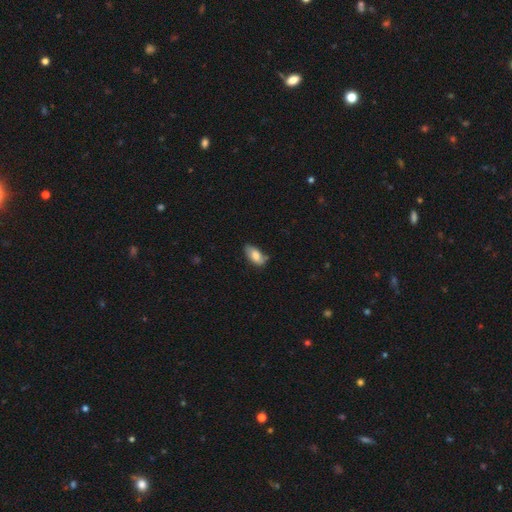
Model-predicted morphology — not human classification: Smooth or featured? Predicted: smooth (p=0.76). How rounded? Predicted: in between (p=0.92). Merging? Predicted: none (p=0.58).